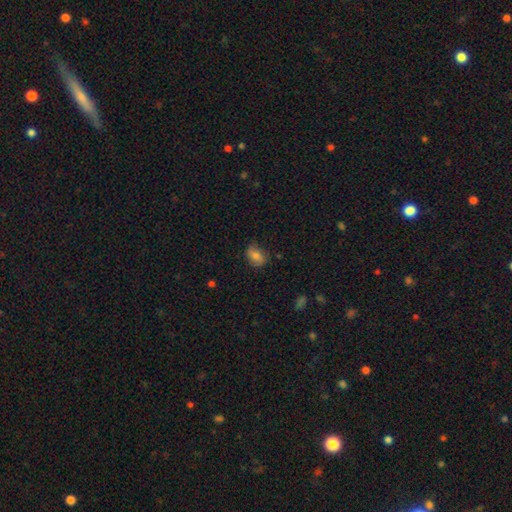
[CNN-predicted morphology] type=smooth (70%); roundness=in between (72%); merging=none (69%).